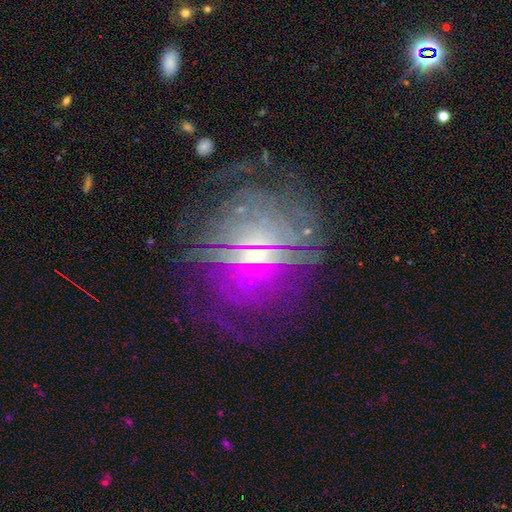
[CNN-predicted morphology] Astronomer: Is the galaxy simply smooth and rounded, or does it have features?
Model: featured or disk — 67%.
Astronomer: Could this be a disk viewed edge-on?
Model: no — 91%.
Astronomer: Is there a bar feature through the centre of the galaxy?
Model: no — 52% (runner-up: weak, 31%).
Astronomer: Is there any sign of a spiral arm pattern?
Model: yes — 78%.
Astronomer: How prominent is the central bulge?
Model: small — 54% (runner-up: moderate, 34%).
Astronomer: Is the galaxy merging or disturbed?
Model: none — 67%.